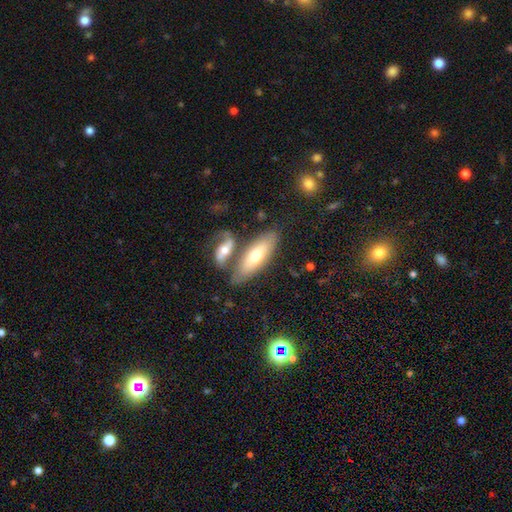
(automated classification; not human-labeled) smooth-or-featured: smooth: 57% | featured or disk: 36% | star or artifact: 7%
  how-rounded: in between: 64% | cigar-shaped: 34% | round: 2%
  merging: none: 57% | merger: 26% | minor disturbance: 13% | major disturbance: 4%